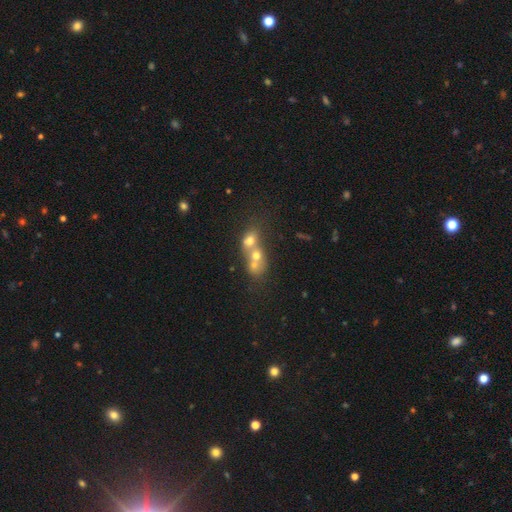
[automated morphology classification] A smooth galaxy with no disk features (51%) that is round (60%). Merging: merger (69%).